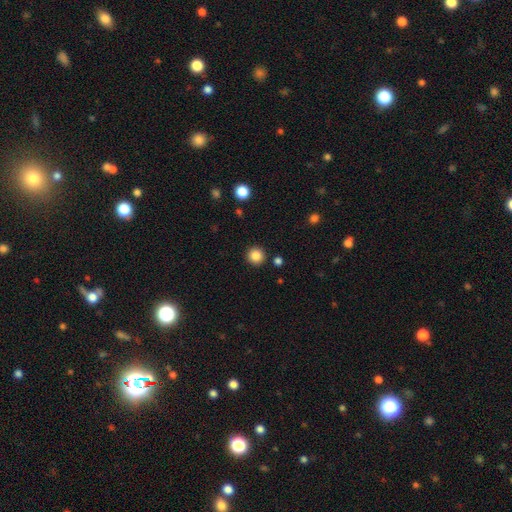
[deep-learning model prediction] Smooth or featured? smooth (85%)
How rounded? round (95%)
Merging? none (91%)